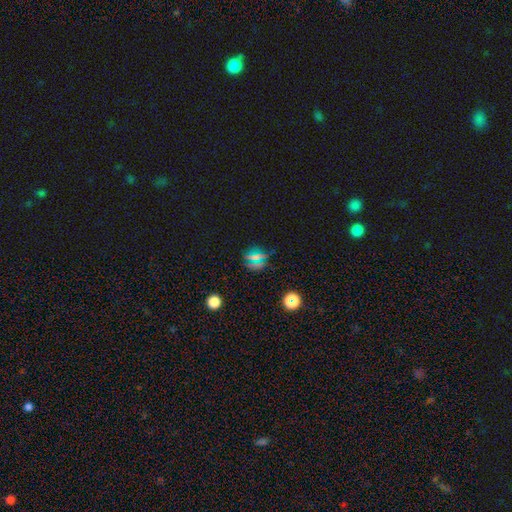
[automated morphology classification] This appears to be a smooth galaxy with no disk features (45%). Merging: none (81%).